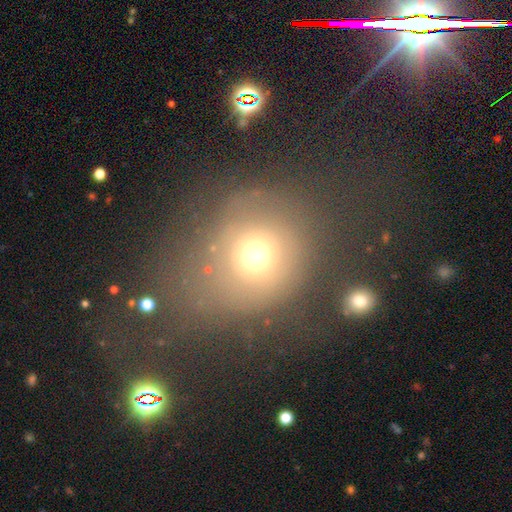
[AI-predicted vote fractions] Smooth or featured? Predicted: smooth (p=0.65). How rounded? Predicted: round (p=0.79). Merging? Predicted: none (p=0.53).